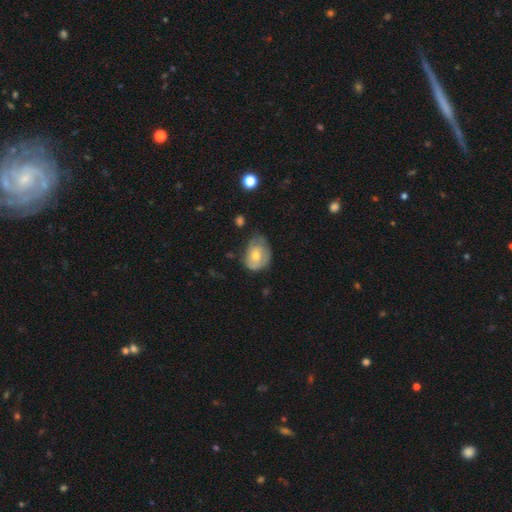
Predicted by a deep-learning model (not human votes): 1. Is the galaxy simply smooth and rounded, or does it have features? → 55% smooth, 38% featured or disk, 7% star or artifact.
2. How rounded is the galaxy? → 64% in between, 35% round, 1% cigar-shaped.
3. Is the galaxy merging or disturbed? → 41% none (tied), 41% minor disturbance (tied), 17% major disturbance, 2% merger.